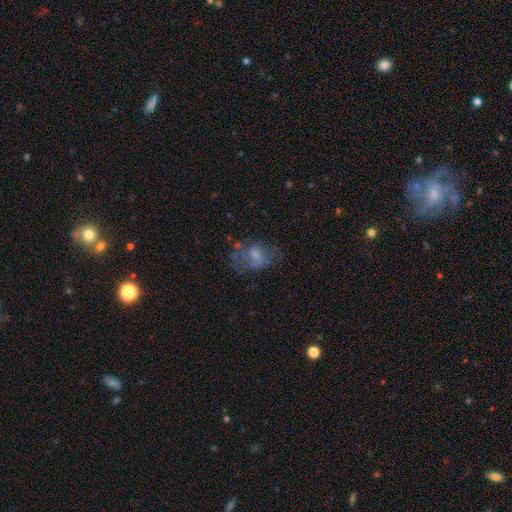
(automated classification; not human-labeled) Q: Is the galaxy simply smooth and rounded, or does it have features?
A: smooth — 48%.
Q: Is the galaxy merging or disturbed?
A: none — 45%.